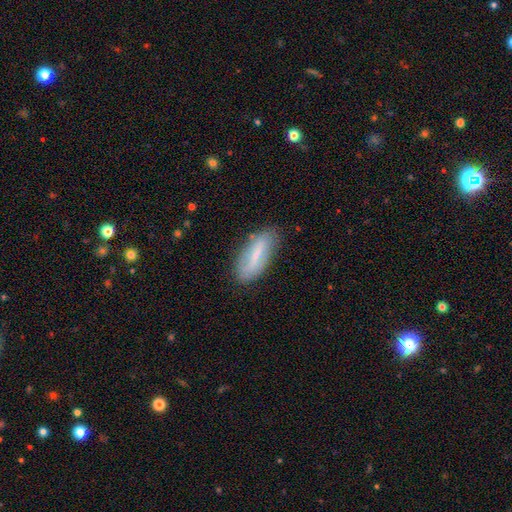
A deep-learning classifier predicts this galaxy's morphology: Smooth or featured: smooth — 58% (featured or disk — 35%)
How rounded: in between — 70% (cigar-shaped — 28%)
Merging: none — 79% (minor disturbance — 16%)